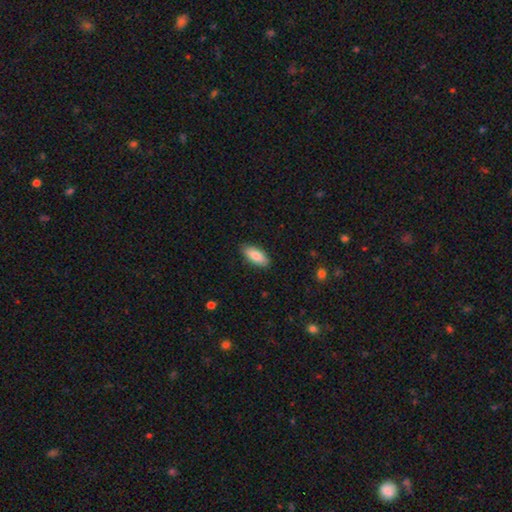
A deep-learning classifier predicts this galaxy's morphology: Overall: smooth (86%). How rounded: in between (87%). Merging: none (87%).